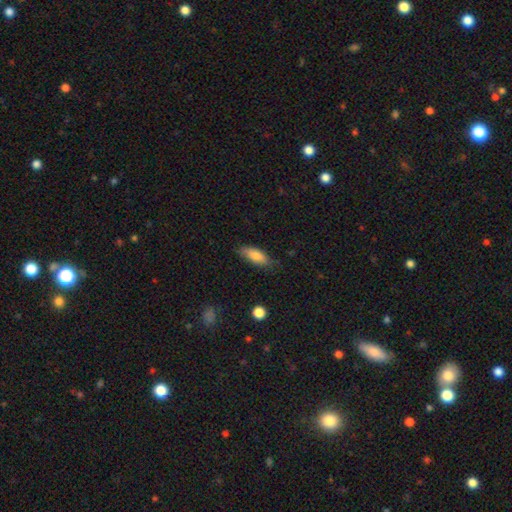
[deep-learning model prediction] smooth 80%, featured or disk 13%, star or artifact 7%. Down the decision tree: how rounded — in between (70%); merging — none (75%).